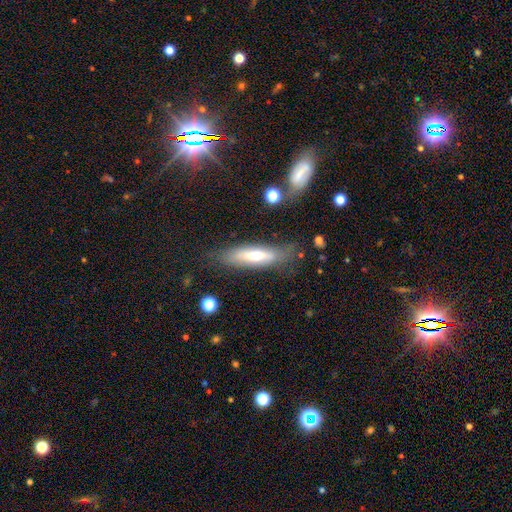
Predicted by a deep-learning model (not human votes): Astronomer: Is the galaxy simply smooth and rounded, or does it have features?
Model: smooth — 49% (runner-up: featured or disk, 42%).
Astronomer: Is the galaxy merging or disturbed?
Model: none — 74%.